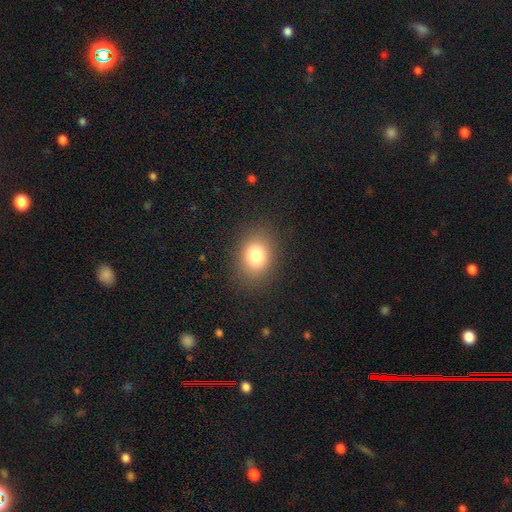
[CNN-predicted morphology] The model was most divided on "how rounded": in between: 56%, round: 43%, cigar-shaped: 1%. More confident: merging — none (86%); smooth or featured — smooth (79%).